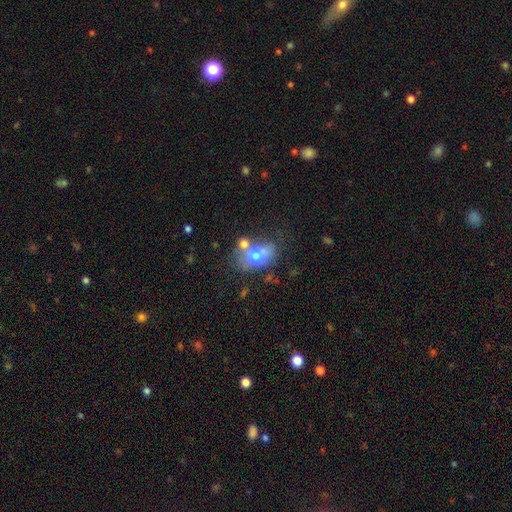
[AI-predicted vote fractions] smooth 64%, featured or disk 26%, star or artifact 9%. Down the decision tree: how rounded — in between (74%); merging — merger (37%).